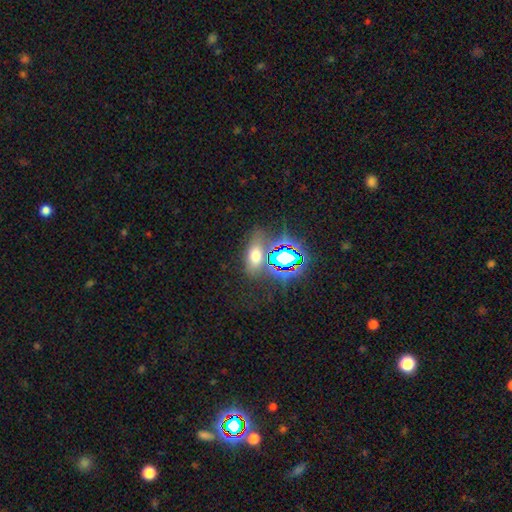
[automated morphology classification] The model was most divided on "smooth or featured": smooth: 54%, star or artifact: 33%, featured or disk: 12%. More confident: how rounded — in between (78%); merging — none (70%).